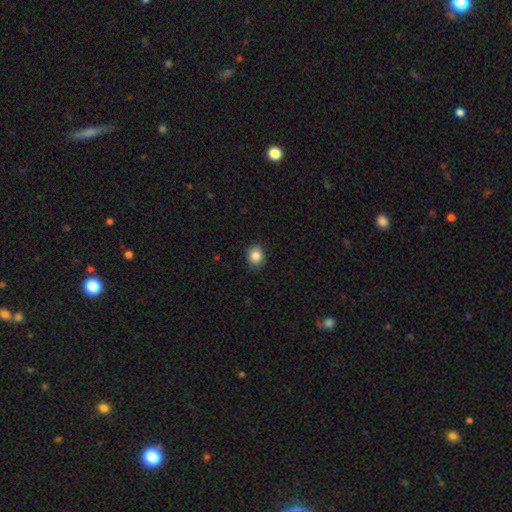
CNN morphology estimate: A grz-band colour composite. It shows a smooth galaxy with no disk features (86%) that is round (69%). Merging: none (89%).